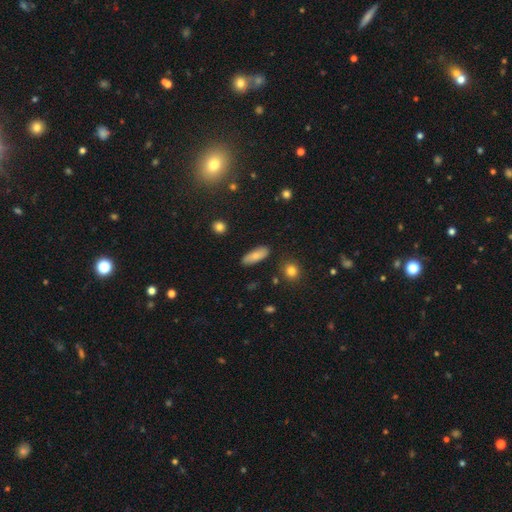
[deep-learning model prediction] Smooth or featured?
  - smooth: 78% *
  - featured or disk: 15%
  - star or artifact: 7%
How rounded?
  - in between: 74% *
  - cigar-shaped: 23%
  - round: 3%
Merging?
  - none: 84% *
  - minor disturbance: 11%
  - major disturbance: 2%
  - merger: 2%